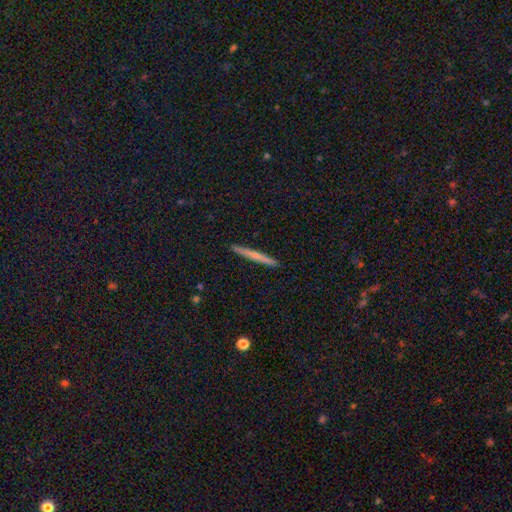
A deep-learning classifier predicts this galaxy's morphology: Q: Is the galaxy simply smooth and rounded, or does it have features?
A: smooth — 54%.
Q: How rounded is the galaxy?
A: cigar-shaped — 97%.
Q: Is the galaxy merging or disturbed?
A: none — 93%.